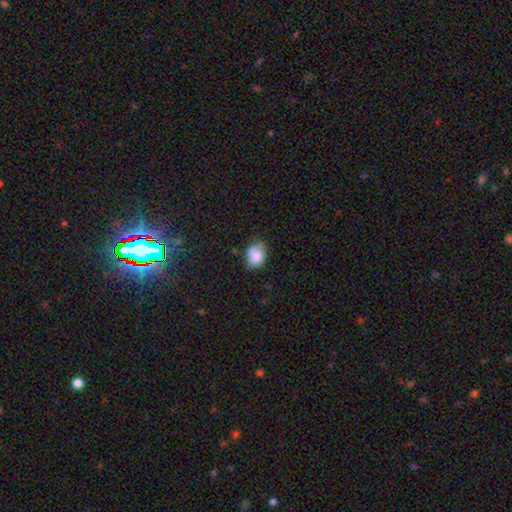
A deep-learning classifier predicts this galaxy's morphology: This is clearly a smooth galaxy (81%). How rounded: likely in between (66%). Merging: possibly none (55%).